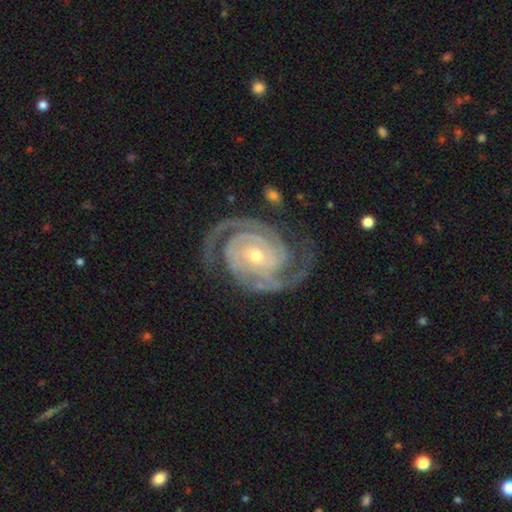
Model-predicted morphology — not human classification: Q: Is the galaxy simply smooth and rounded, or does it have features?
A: featured or disk — 94%.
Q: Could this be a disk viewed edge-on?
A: no — 98%.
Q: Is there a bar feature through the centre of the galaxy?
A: no — 63%.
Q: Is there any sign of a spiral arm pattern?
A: yes — 99%.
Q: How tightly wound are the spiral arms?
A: tight — 75%.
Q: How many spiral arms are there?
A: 2 — 77%.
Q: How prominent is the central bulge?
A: small — 61%.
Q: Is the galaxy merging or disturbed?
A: none — 78%.